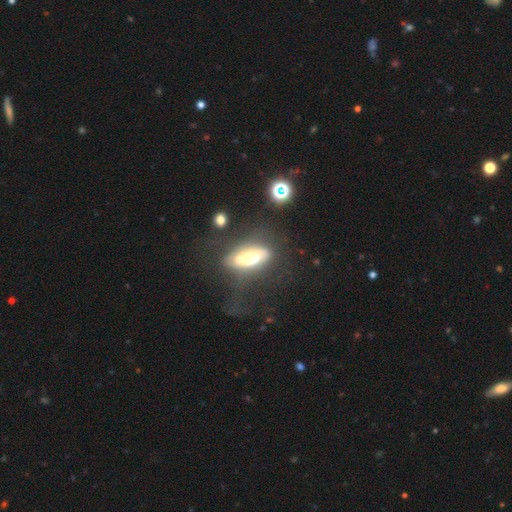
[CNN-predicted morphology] Smooth or featured: featured or disk — 51% (smooth — 40%)
Edge-on disk: no — 72% (yes — 28%)
Merging: none — 46% (major disturbance — 27%)